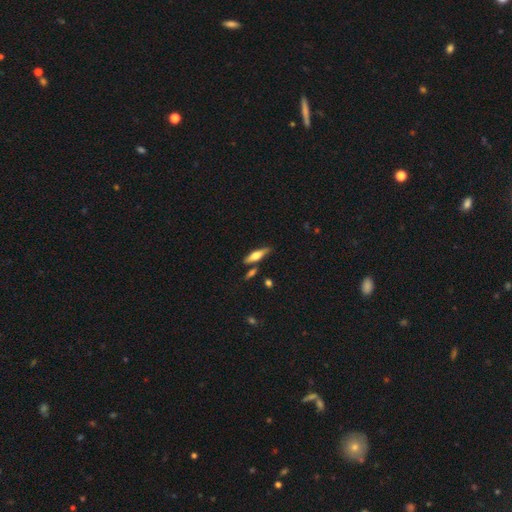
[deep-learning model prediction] featured or disk 48%, smooth 46%, star or artifact 6%. Down the decision tree: merging — none (77%).